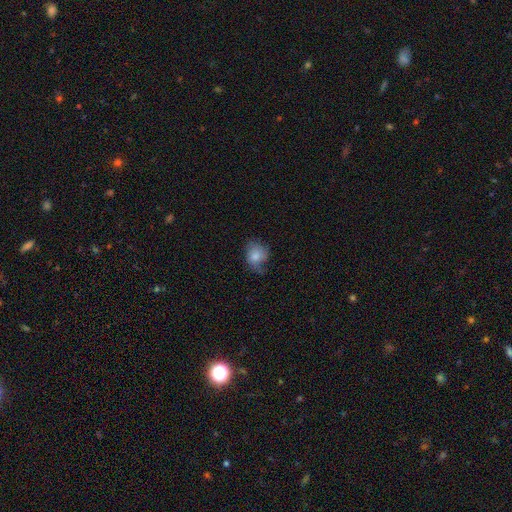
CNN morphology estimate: This is likely a smooth galaxy (72%). How rounded: possibly round (56%). Merging: possibly none (46%).